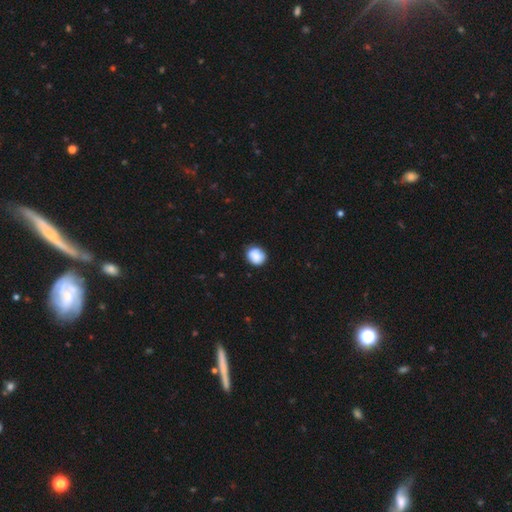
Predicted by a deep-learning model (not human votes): Q: Smooth or featured?
A: smooth (86%); runner-up: star or artifact (8%)
Q: How rounded?
A: round (75%); runner-up: in between (24%)
Q: Merging?
A: none (78%); runner-up: minor disturbance (16%)